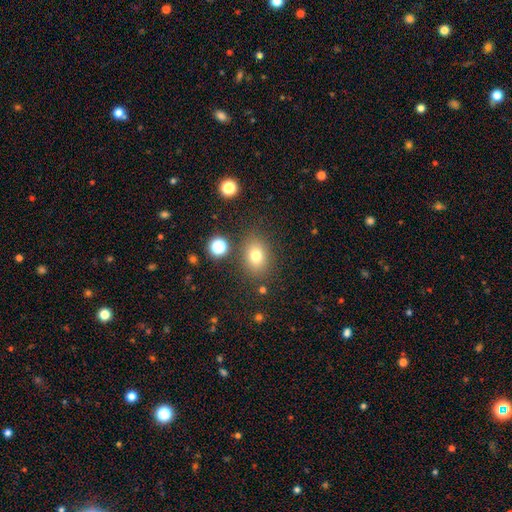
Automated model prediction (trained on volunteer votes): Overall: smooth (76%). How rounded: in between (59%; round 40%). Merging: none (82%).